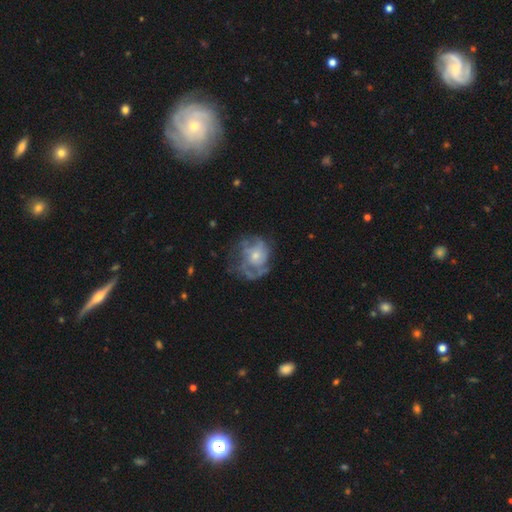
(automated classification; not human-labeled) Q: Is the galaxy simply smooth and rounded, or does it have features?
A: featured or disk — 65%.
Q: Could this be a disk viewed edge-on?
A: no — 98%.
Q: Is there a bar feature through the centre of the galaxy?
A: no — 82%.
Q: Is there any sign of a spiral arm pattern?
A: yes — 55%.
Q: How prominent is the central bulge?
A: small — 45%, tied with moderate.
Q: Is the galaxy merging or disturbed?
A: none — 48%.